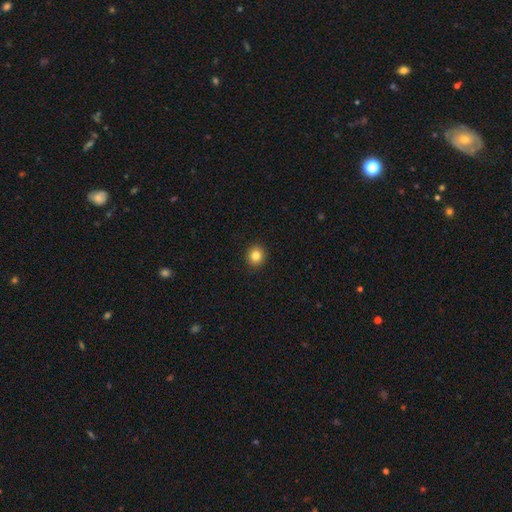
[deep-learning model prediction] smooth 83%, star or artifact 11%, featured or disk 6%. Down the decision tree: how rounded — round (88%); merging — none (92%).